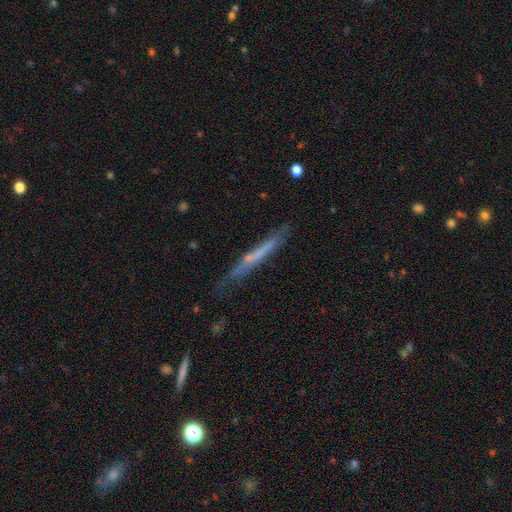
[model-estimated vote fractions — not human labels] featured or disk 48%, smooth 41%, star or artifact 11%. Down the decision tree: merging — none (77%).